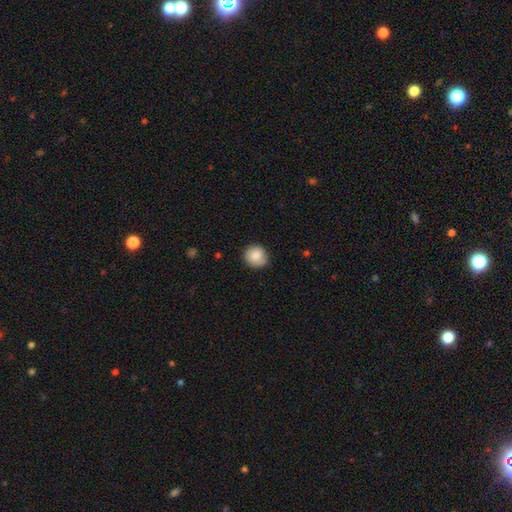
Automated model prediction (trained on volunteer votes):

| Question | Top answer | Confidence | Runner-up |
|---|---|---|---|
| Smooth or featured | smooth | 82% | featured or disk (11%) |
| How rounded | round | 87% | in between (12%) |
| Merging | none | 79% | minor disturbance (17%) |